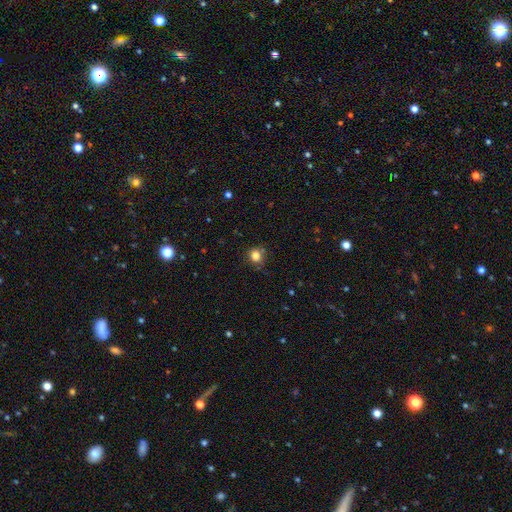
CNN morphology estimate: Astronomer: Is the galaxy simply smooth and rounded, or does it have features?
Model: smooth — 82%.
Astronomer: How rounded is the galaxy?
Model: round — 77%.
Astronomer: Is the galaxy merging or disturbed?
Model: none — 75%.